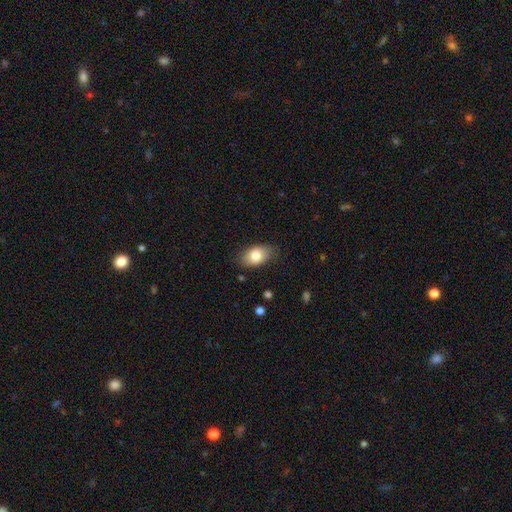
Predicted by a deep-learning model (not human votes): Smooth or featured: smooth — 81% (featured or disk — 12%)
How rounded: in between — 90% (round — 9%)
Merging: none — 80% (minor disturbance — 16%)